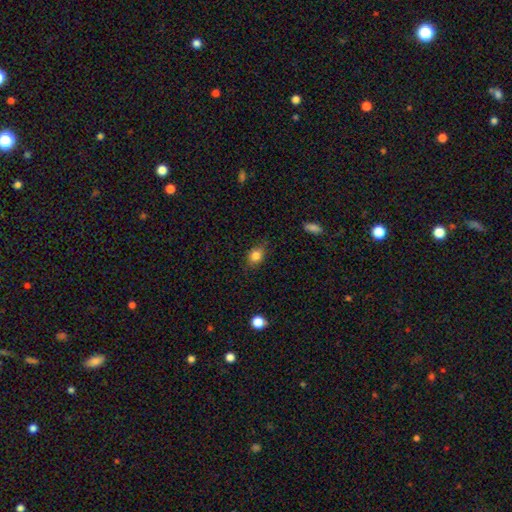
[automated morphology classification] Smooth or featured?
  - smooth: 83% *
  - star or artifact: 10%
  - featured or disk: 6%
How rounded?
  - in between: 57% *
  - round: 41%
  - cigar-shaped: 2%
Merging?
  - none: 79% *
  - minor disturbance: 16%
  - major disturbance: 4%
  - merger: 1%